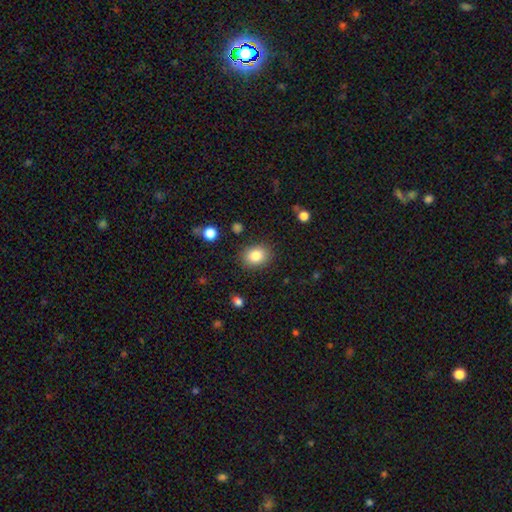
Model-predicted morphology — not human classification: smooth 85%, star or artifact 9%, featured or disk 6%. Down the decision tree: how rounded — in between (53%); merging — none (85%).